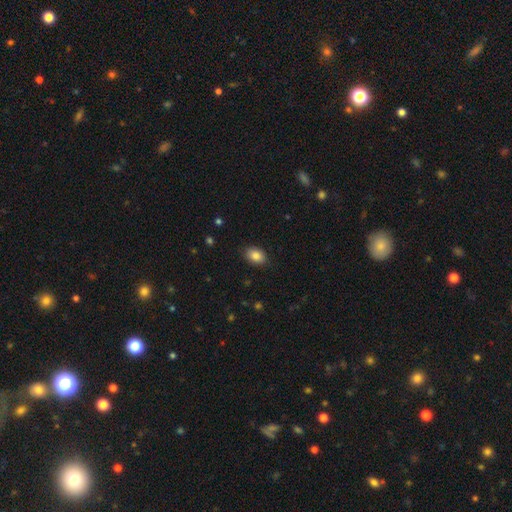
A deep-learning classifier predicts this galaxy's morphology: The model was most divided on "how rounded": in between: 80%, round: 18%, cigar-shaped: 1%. More confident: merging — none (87%); smooth or featured — smooth (85%).